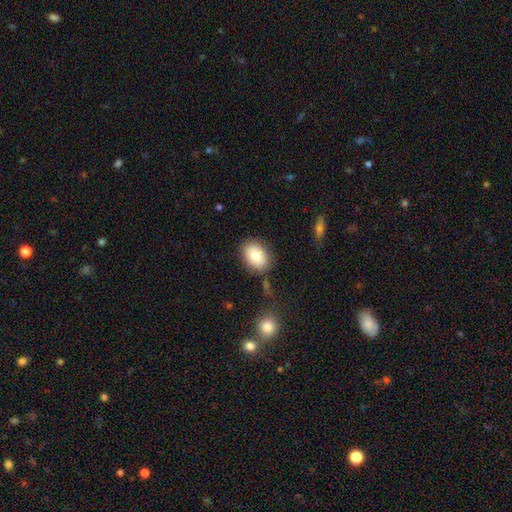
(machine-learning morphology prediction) Smooth or featured? Predicted: smooth (p=0.80). How rounded? Predicted: in between (p=0.78). Merging? Predicted: none (p=0.80).